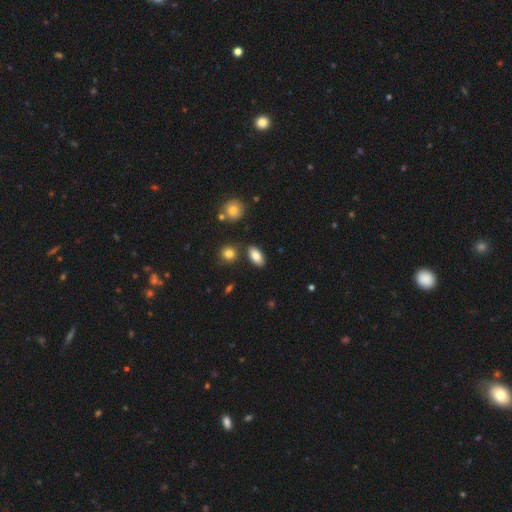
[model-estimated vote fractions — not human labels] Morphology: type=smooth (83%); roundness=in between (90%); merging=none (82%).